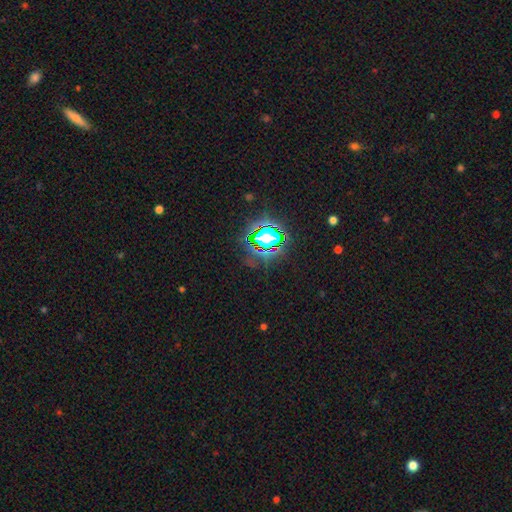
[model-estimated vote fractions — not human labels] This appears to be a star or artifact, not a galaxy (81%).